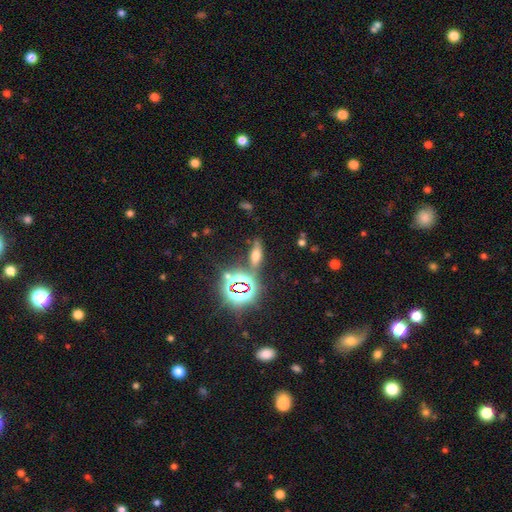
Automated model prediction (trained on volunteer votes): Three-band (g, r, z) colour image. It shows a smooth galaxy with no disk features (46%). Merging: none (74%).